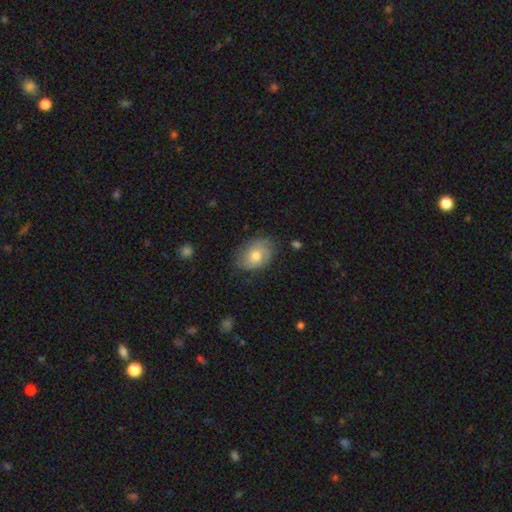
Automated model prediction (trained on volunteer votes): Smooth or featured? smooth (57%)
How rounded? in between (69%)
Merging? none (68%)